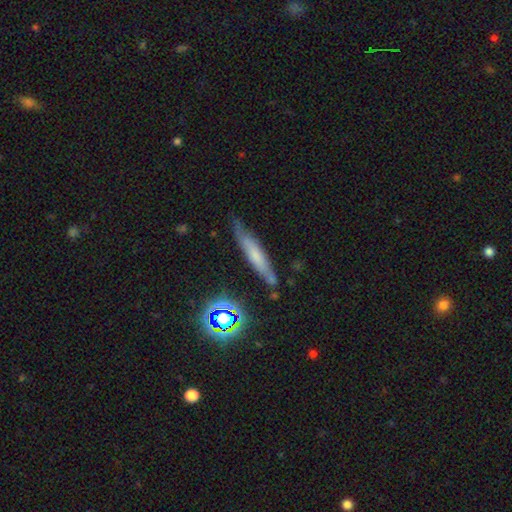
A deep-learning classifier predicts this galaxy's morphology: type=smooth (53%); roundness=cigar-shaped (86%); merging=none (72%).